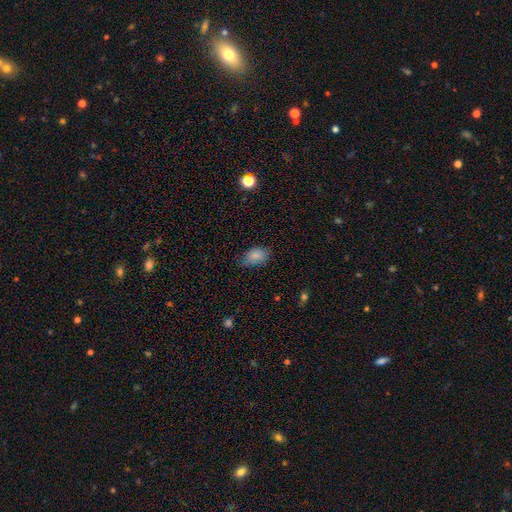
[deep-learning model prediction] Smooth or featured?
  - smooth: 84% *
  - featured or disk: 8%
  - star or artifact: 8%
How rounded?
  - in between: 87% *
  - round: 12%
  - cigar-shaped: 1%
Merging?
  - none: 70% *
  - minor disturbance: 24%
  - major disturbance: 5%
  - merger: 1%